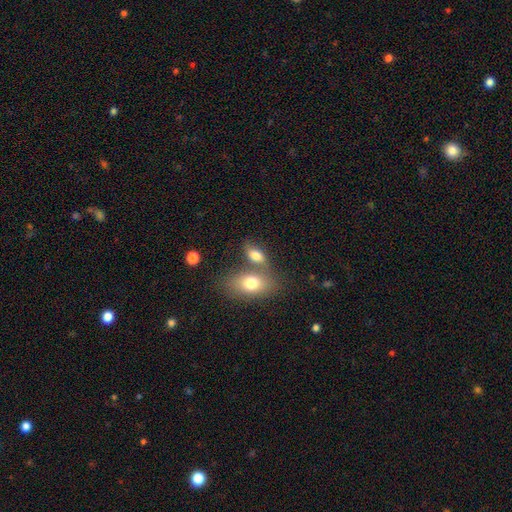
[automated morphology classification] smooth-or-featured: smooth: 76% | featured or disk: 15% | star or artifact: 9%
  how-rounded: in between: 85% | round: 10% | cigar-shaped: 4%
  merging: merger: 43% | none: 40% | minor disturbance: 11% | major disturbance: 6%